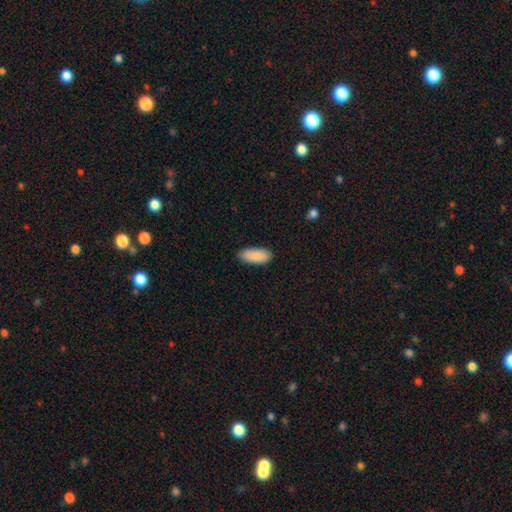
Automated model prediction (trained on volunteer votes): Smooth or featured? smooth (88%)
How rounded? in between (87%)
Merging? none (82%)